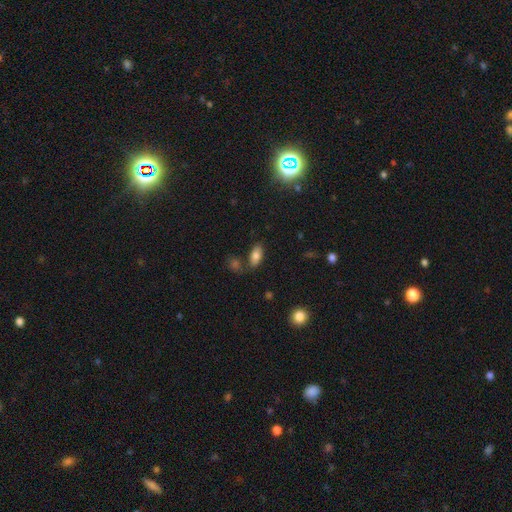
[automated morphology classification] type=smooth (80%); roundness=in between (90%); merging=none (70%).